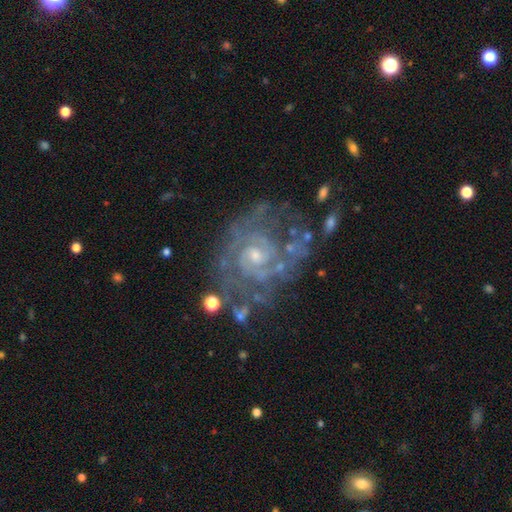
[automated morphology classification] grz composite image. It shows a featured or disk galaxy (84%) with no bar (66%), tight (61%) spiral arms (89%) and a small central bulge (61%). Merging: none (63%).